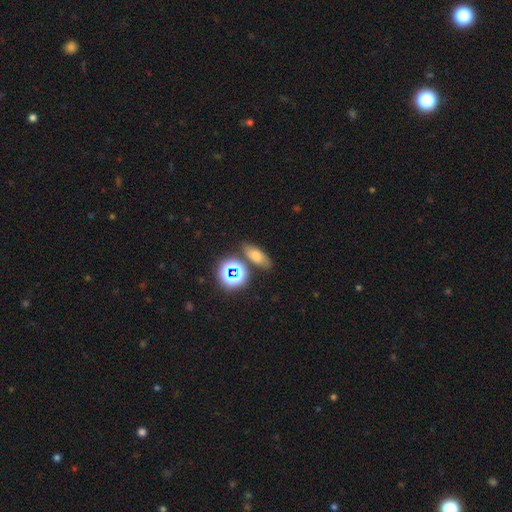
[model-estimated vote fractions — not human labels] Smooth or featured: smooth — 56% (star or artifact — 28%)
How rounded: in between — 65% (round — 19%)
Merging: none — 72% (minor disturbance — 14%)